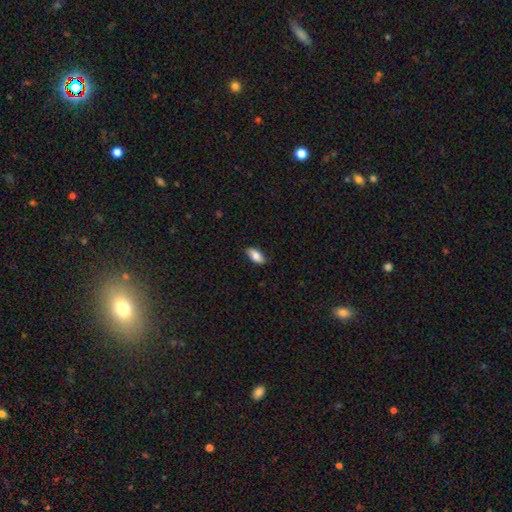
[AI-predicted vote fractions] smooth_or_featured: smooth (p=0.82) [alt: featured or disk p=0.12]
how_rounded: in between (p=0.88) [alt: cigar-shaped p=0.09]
merging: none (p=0.84) [alt: minor disturbance p=0.12]